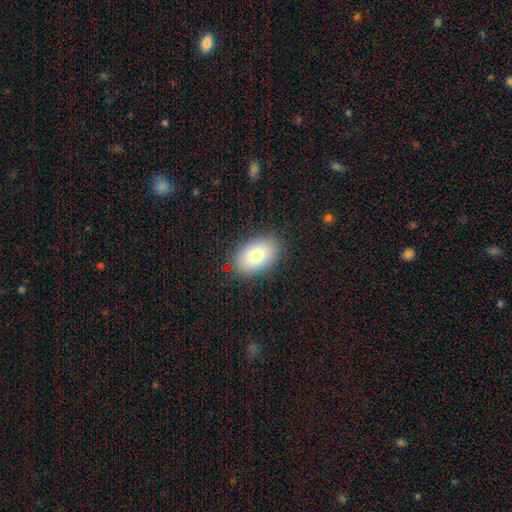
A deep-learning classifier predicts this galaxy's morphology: Q: Smooth or featured?
A: smooth (76%); runner-up: featured or disk (15%)
Q: How rounded?
A: in between (87%); runner-up: round (12%)
Q: Merging?
A: none (86%); runner-up: minor disturbance (10%)